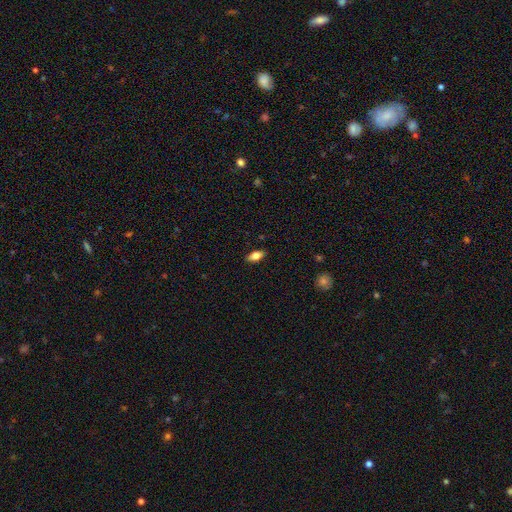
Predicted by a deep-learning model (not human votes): Q: Smooth or featured?
A: smooth (77%); runner-up: featured or disk (16%)
Q: How rounded?
A: in between (85%); runner-up: cigar-shaped (11%)
Q: Merging?
A: none (88%); runner-up: minor disturbance (9%)